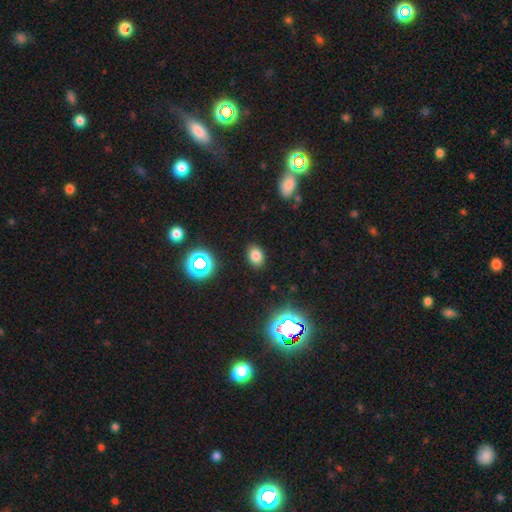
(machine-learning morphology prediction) The model was most divided on "how rounded": in between: 73%, round: 26%, cigar-shaped: 1%. More confident: merging — none (87%); smooth or featured — smooth (76%).